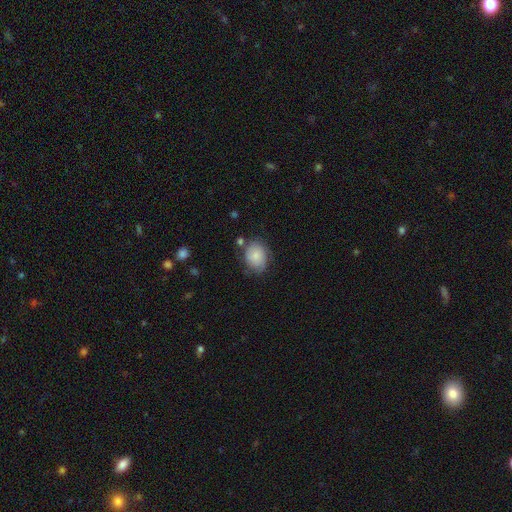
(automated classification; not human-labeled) This appears to be a smooth galaxy with no disk features (79%) that is in between round and cigar-shaped (55%). Merging: none (65%).